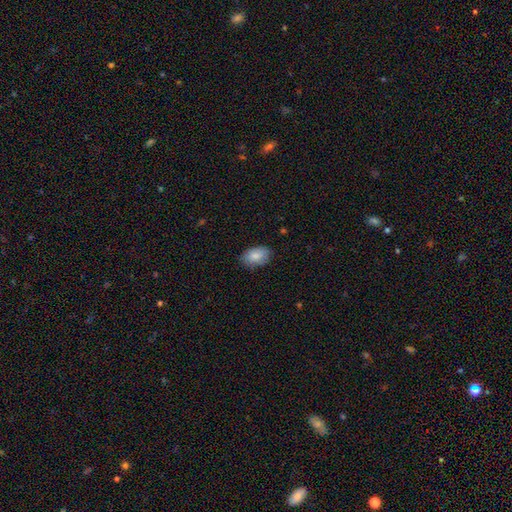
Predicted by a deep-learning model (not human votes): This is clearly a smooth galaxy (85%). How rounded: clearly in between (90%). Merging: clearly none (82%).